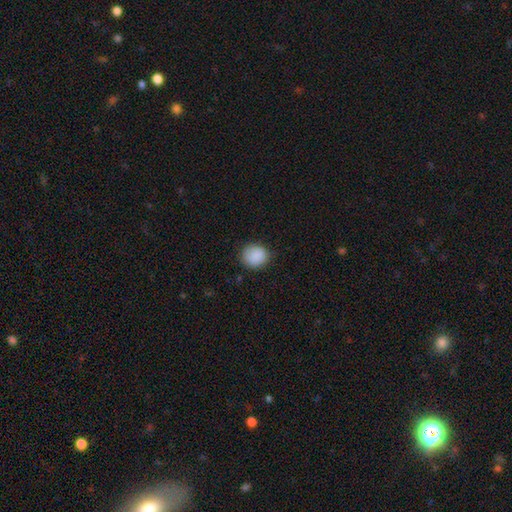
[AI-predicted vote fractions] A smooth galaxy with no disk features (88%) that is round (79%). Merging: none (80%).